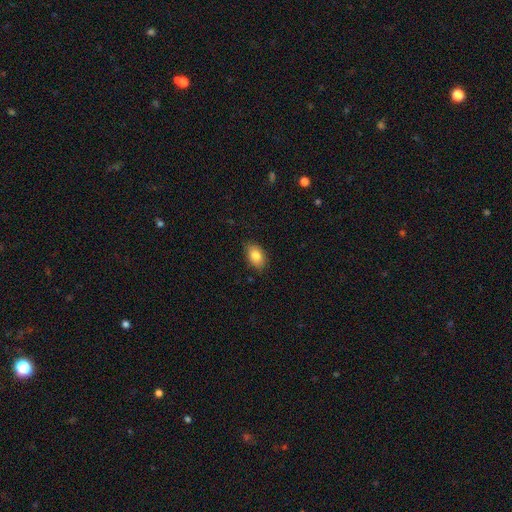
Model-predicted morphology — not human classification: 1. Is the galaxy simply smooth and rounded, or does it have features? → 82% smooth, 10% featured or disk, 8% star or artifact.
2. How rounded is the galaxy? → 88% in between, 11% round, 1% cigar-shaped.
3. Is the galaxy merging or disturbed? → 85% none, 12% minor disturbance, 2% major disturbance, 1% merger.